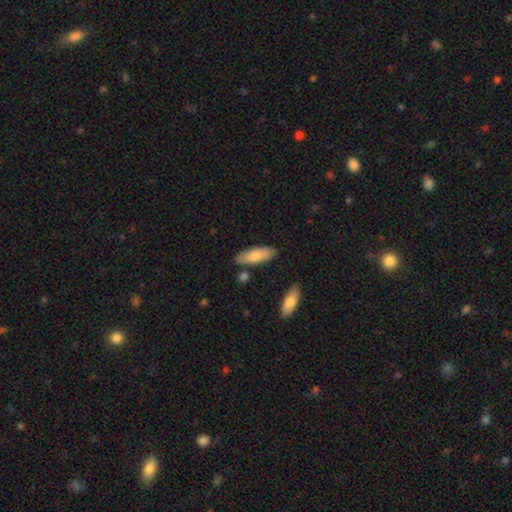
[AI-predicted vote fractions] A smooth galaxy with no disk features (76%) that is in between round and cigar-shaped (66%).

Vote fractions:
- Smooth or featured? smooth: 76% / featured or disk: 19% / star or artifact: 5%
- How rounded? in between: 66% / cigar-shaped: 33% / round: 2%
- Merging? none: 82% / minor disturbance: 12% / merger: 4% / major disturbance: 2%